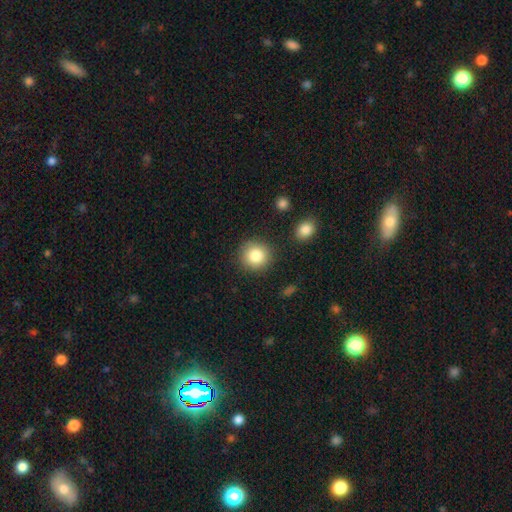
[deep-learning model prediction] Smooth or featured? smooth (84%)
How rounded? round (91%)
Merging? none (87%)